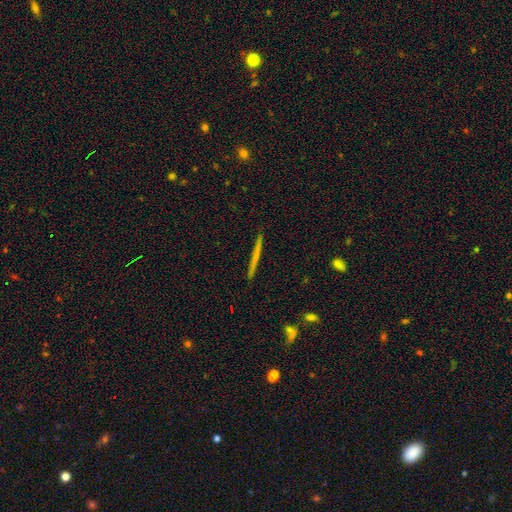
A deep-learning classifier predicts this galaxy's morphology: A featured or disk galaxy (47%).

Vote fractions:
- Smooth or featured? featured or disk: 47% / smooth: 46% / star or artifact: 7%
- Merging? none: 92% / minor disturbance: 5% / major disturbance: 1% / merger: 1%